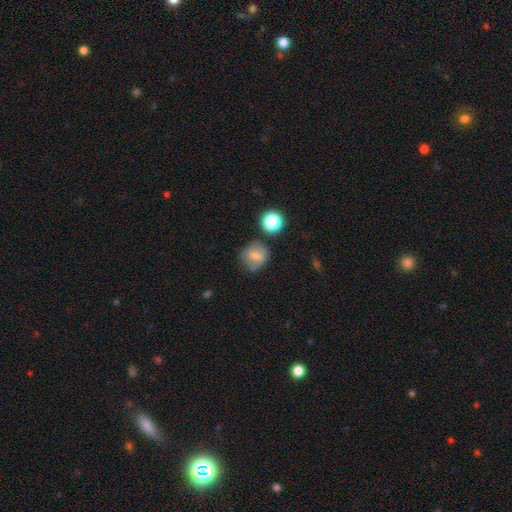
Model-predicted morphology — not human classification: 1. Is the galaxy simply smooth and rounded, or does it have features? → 56% smooth, 32% featured or disk, 13% star or artifact.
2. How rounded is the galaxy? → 78% round, 21% in between, 1% cigar-shaped.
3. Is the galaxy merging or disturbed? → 61% none, 23% minor disturbance, 10% major disturbance, 6% merger.